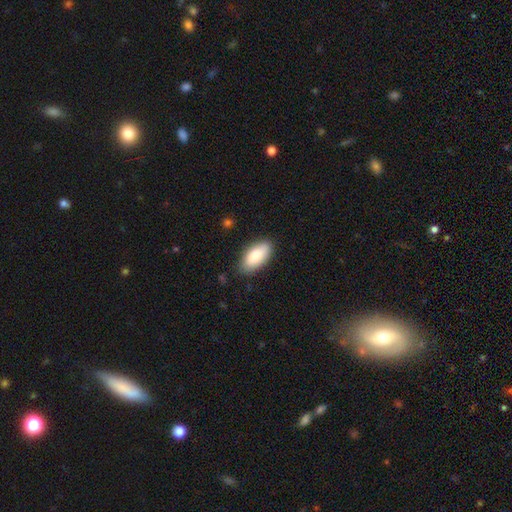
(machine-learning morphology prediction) Q: Smooth or featured?
A: smooth (86%); runner-up: featured or disk (8%)
Q: How rounded?
A: in between (92%); runner-up: cigar-shaped (6%)
Q: Merging?
A: none (85%); runner-up: minor disturbance (12%)